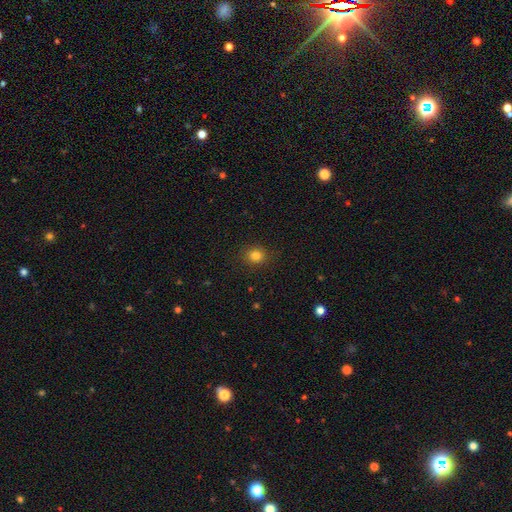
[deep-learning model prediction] Smooth or featured? smooth (81%)
How rounded? round (81%)
Merging? none (89%)